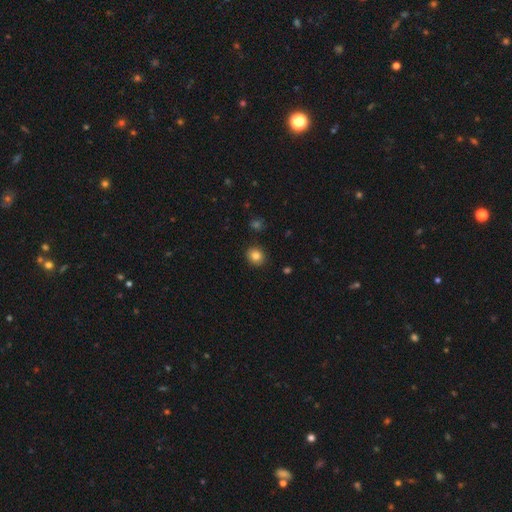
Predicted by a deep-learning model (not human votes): Smooth or featured: smooth — 84% (star or artifact — 10%)
How rounded: round — 77% (in between — 22%)
Merging: none — 90% (minor disturbance — 7%)